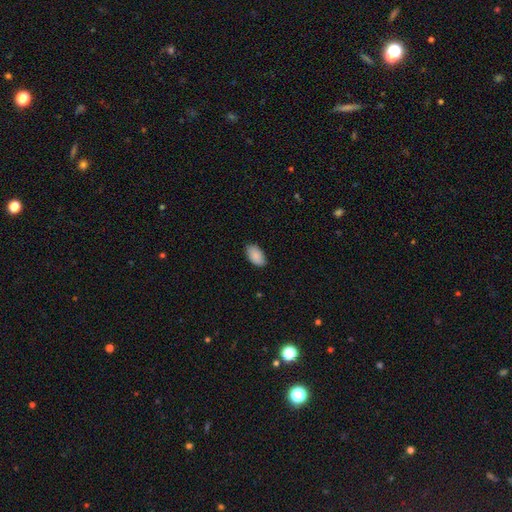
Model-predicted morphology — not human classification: smooth 89%, star or artifact 6%, featured or disk 4%. Down the decision tree: how rounded — in between (95%); merging — none (86%).